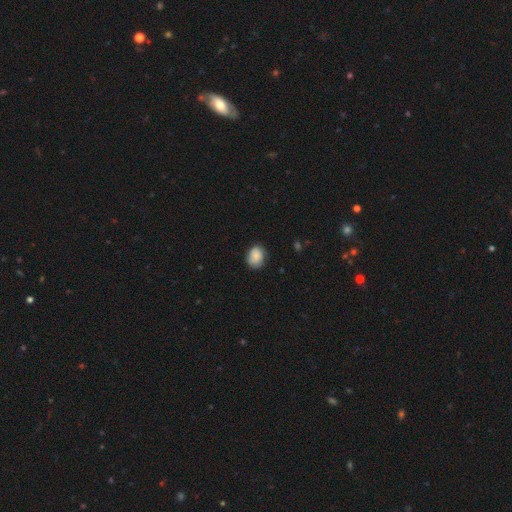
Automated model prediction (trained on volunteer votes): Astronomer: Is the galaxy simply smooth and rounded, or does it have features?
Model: smooth — 84%.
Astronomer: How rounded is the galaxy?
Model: in between — 58% (runner-up: round, 41%).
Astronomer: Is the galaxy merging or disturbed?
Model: none — 73%.